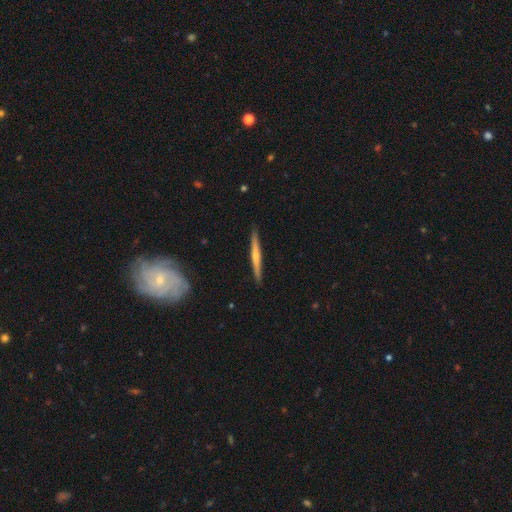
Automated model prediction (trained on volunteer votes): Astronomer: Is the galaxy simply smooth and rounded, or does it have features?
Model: featured or disk — 56% (runner-up: smooth, 39%).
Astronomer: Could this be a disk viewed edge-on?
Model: yes — 97%.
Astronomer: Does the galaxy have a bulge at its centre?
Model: rounded — 60%.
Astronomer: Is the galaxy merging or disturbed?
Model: none — 91%.